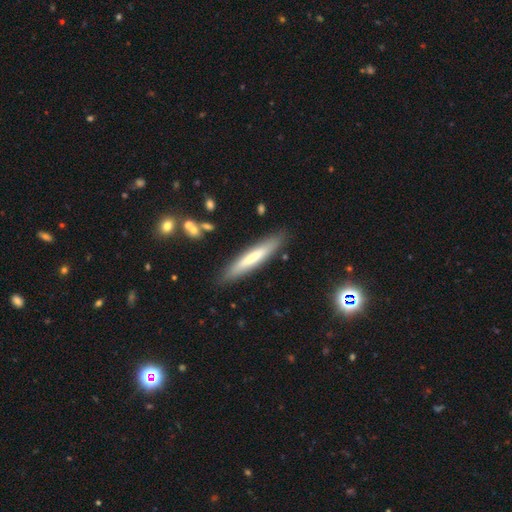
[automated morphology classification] smooth 58%, featured or disk 35%, star or artifact 7%. Down the decision tree: how rounded — cigar-shaped (90%); merging — none (88%).